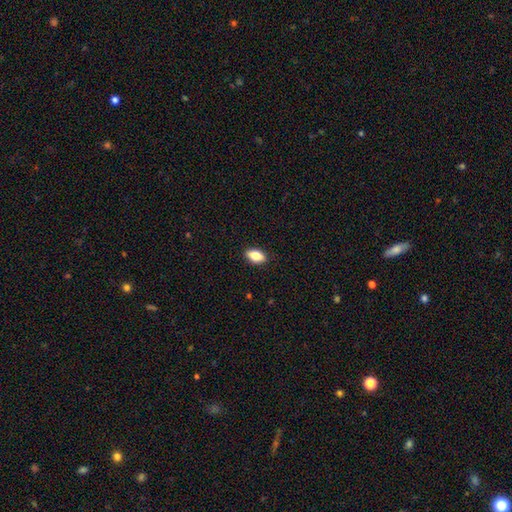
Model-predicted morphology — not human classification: smooth-or-featured: smooth: 81% | featured or disk: 12% | star or artifact: 8%
  how-rounded: in between: 89% | cigar-shaped: 6% | round: 6%
  merging: none: 89% | minor disturbance: 8% | major disturbance: 2% | merger: 1%